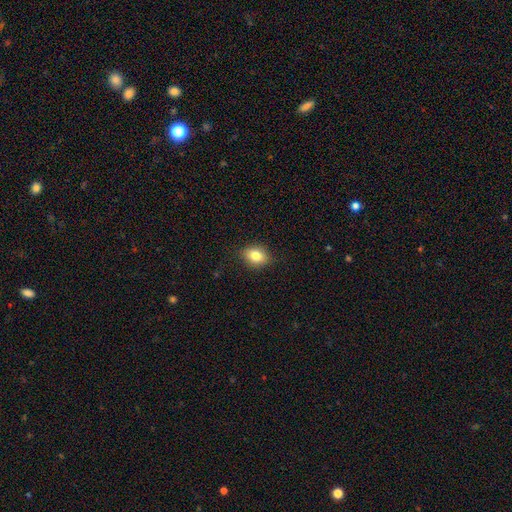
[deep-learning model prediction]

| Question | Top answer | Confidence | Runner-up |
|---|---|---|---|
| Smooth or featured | smooth | 80% | featured or disk (10%) |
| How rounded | in between | 59% | round (40%) |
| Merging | none | 86% | minor disturbance (10%) |